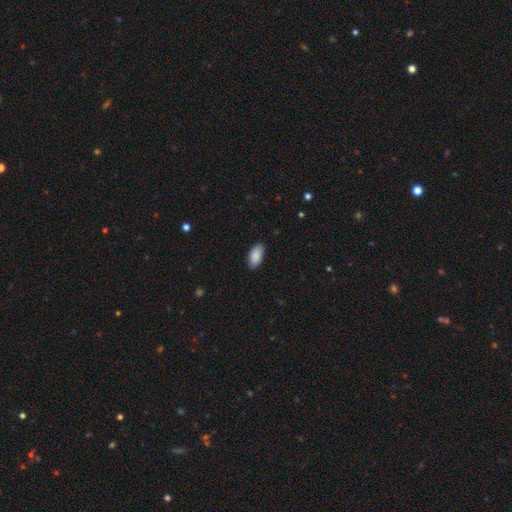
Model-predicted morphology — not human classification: This appears to be a smooth galaxy with no disk features (89%) that is in between round and cigar-shaped (93%). Merging: none (86%).